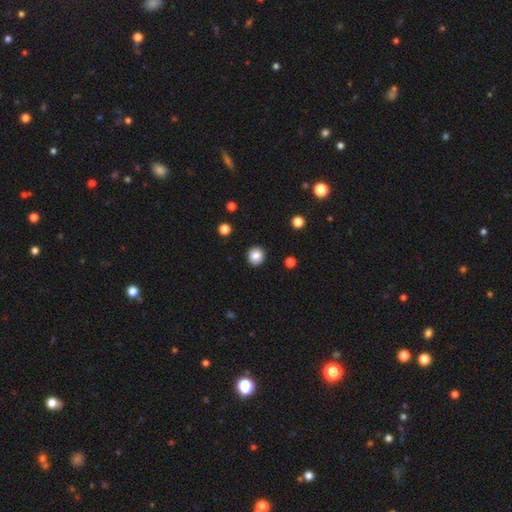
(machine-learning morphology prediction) Smooth or featured?
  - smooth: 86% *
  - star or artifact: 10%
  - featured or disk: 4%
How rounded?
  - round: 92% *
  - in between: 7%
  - cigar-shaped: 1%
Merging?
  - none: 92% *
  - minor disturbance: 5%
  - major disturbance: 2%
  - merger: 1%